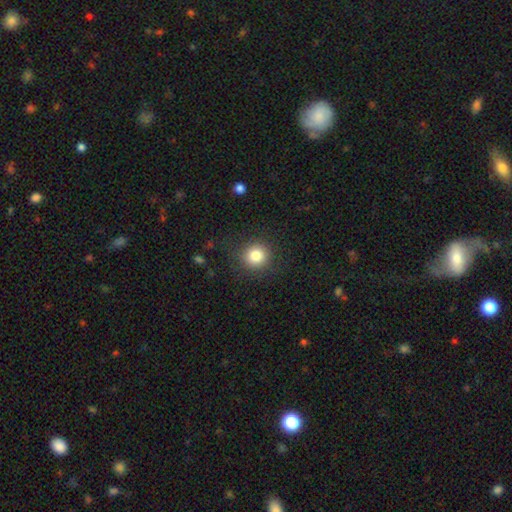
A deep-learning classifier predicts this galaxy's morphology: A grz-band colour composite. It shows a smooth galaxy with no disk features (82%) that is round (92%). Merging: none (88%).